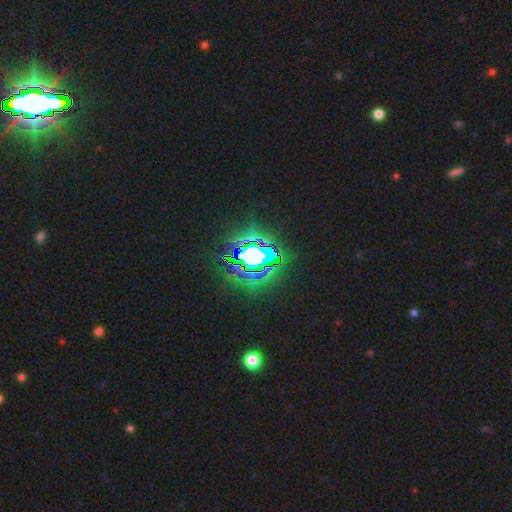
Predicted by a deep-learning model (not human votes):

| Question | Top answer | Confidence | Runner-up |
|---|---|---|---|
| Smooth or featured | star or artifact | 77% | featured or disk (12%) |